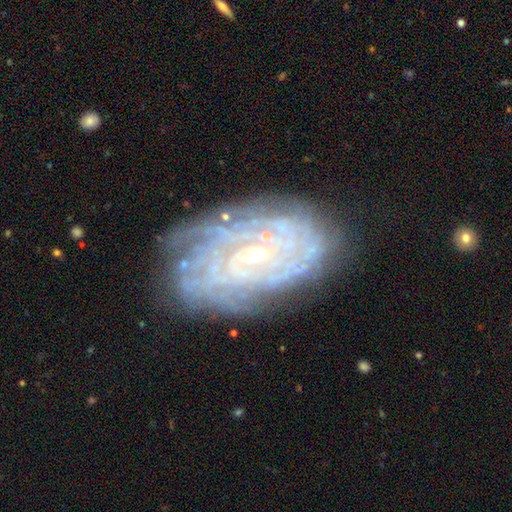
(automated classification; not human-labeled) This is clearly a featured or disk galaxy (81%). It is clearly not viewed edge-on (95%). Bar: possibly no (56%). Spiral arm pattern: clearly yes (91%). Spiral arm count: possibly can't tell (46%). Spiral winding: likely tight (79%). Central bulge: likely small (77%). Merging: likely none (73%).